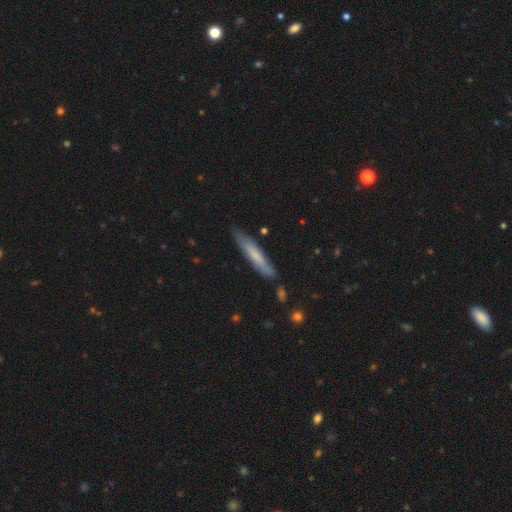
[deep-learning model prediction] Smooth or featured? Predicted: smooth (p=0.59). How rounded? Predicted: cigar-shaped (p=0.91). Merging? Predicted: none (p=0.78).